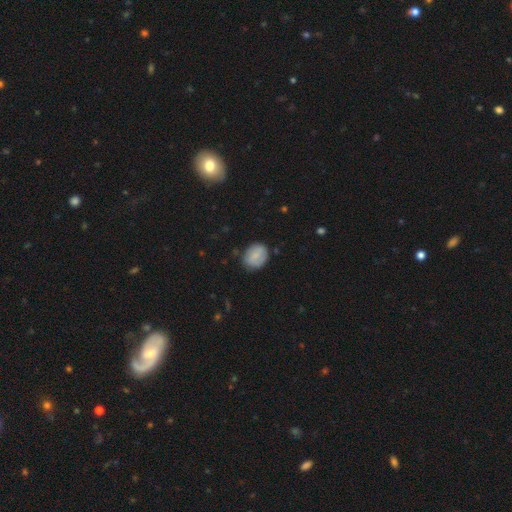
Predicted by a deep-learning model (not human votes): Q: Smooth or featured?
A: smooth (76%); runner-up: featured or disk (16%)
Q: How rounded?
A: in between (50%); runner-up: round (48%)
Q: Merging?
A: none (80%); runner-up: minor disturbance (15%)